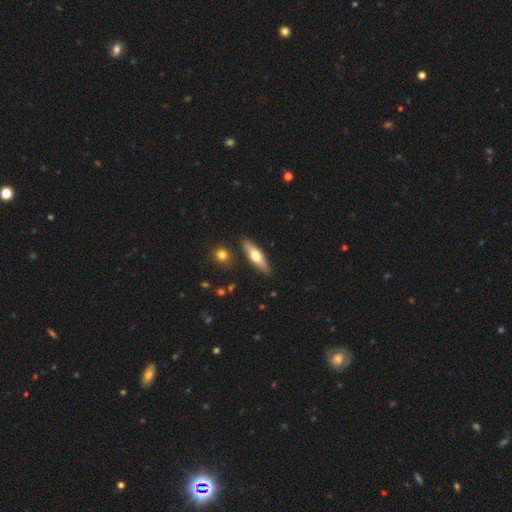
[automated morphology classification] Smooth or featured? smooth (58%)
How rounded? cigar-shaped (59%)
Merging? none (86%)